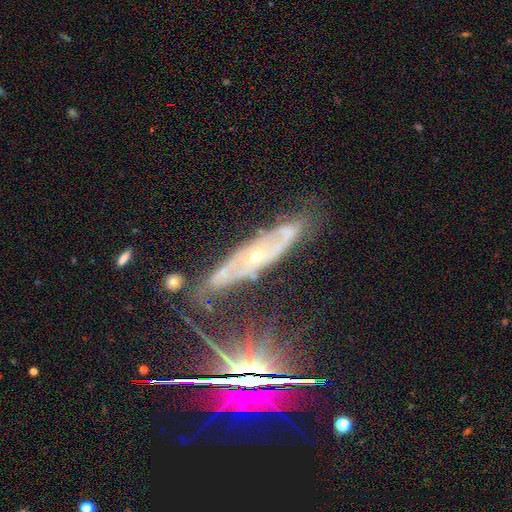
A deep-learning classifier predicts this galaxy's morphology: Smooth or featured?
  - featured or disk: 76% *
  - star or artifact: 16%
  - smooth: 9%
Edge-on disk?
  - no: 70% *
  - yes: 30%
Bar?
  - no: 67% *
  - weak: 22%
  - strong: 11%
Spiral arms?
  - yes: 87% *
  - no: 13%
Bulge size?
  - small: 65% *
  - moderate: 32%
  - large: 1%
  - none: 1%
  - dominant: 1%
Merging?
  - none: 72% *
  - minor disturbance: 18%
  - major disturbance: 6%
  - merger: 3%